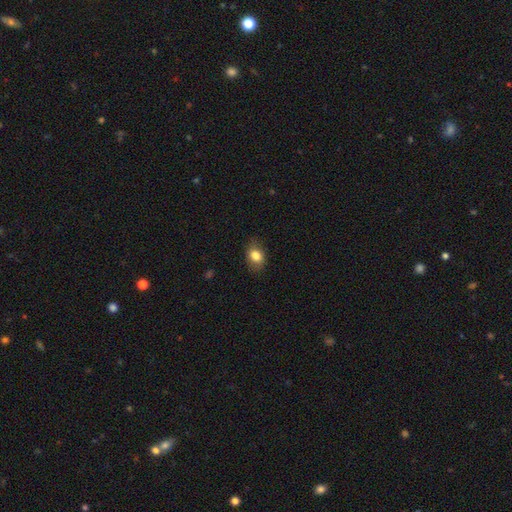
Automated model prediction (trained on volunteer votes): Overall: smooth (81%). How rounded: in between (71%). Merging: none (81%).